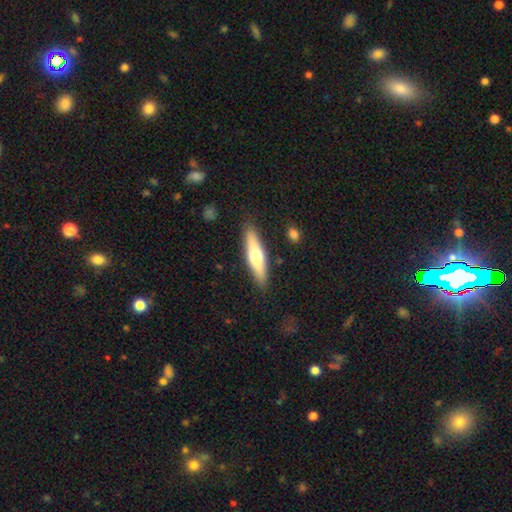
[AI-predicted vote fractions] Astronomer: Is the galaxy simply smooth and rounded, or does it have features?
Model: smooth — 52% (runner-up: featured or disk, 42%).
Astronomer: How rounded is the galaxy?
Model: cigar-shaped — 73%.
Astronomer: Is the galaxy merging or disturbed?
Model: none — 87%.